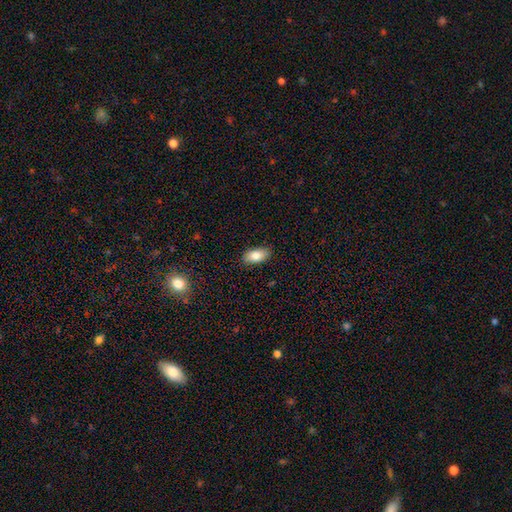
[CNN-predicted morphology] Smooth or featured? smooth (83%)
How rounded? in between (90%)
Merging? none (87%)